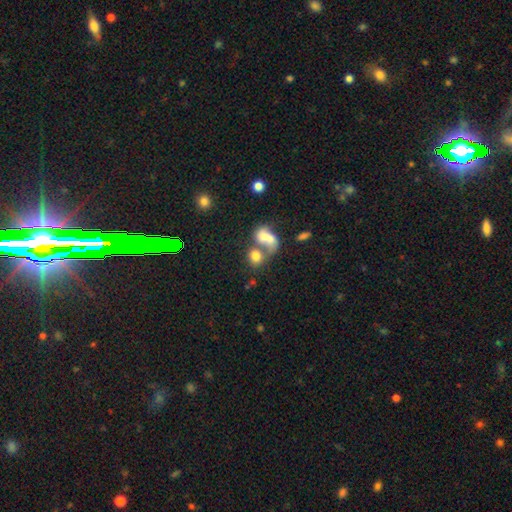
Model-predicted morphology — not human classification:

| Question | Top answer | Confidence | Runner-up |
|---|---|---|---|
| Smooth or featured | smooth | 70% | featured or disk (19%) |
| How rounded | round | 58% | in between (41%) |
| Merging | merger | 61% | none (22%) |